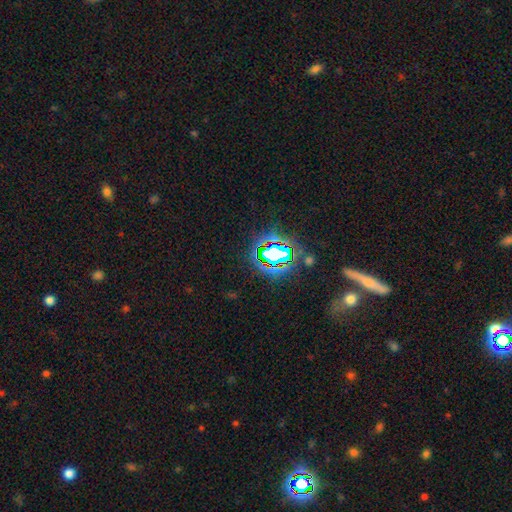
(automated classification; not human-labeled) Smooth or featured? star or artifact (74%)